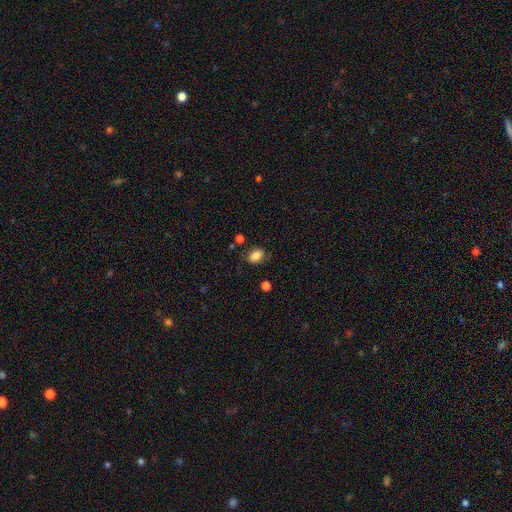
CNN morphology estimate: smooth 83%, star or artifact 10%, featured or disk 7%. Down the decision tree: how rounded — in between (68%); merging — none (75%).